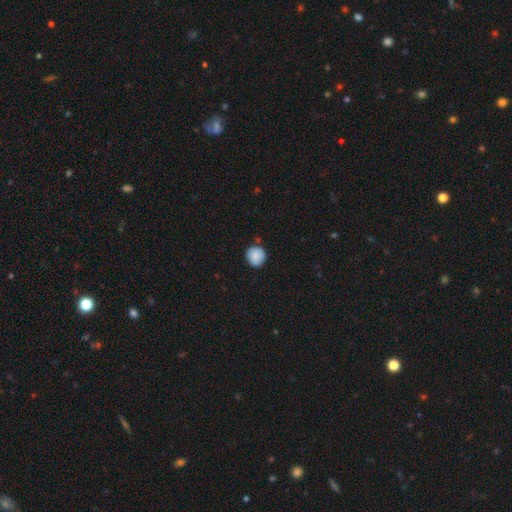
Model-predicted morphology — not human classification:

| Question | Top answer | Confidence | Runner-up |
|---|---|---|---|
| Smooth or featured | smooth | 85% | featured or disk (8%) |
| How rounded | round | 90% | in between (9%) |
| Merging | none | 79% | minor disturbance (16%) |